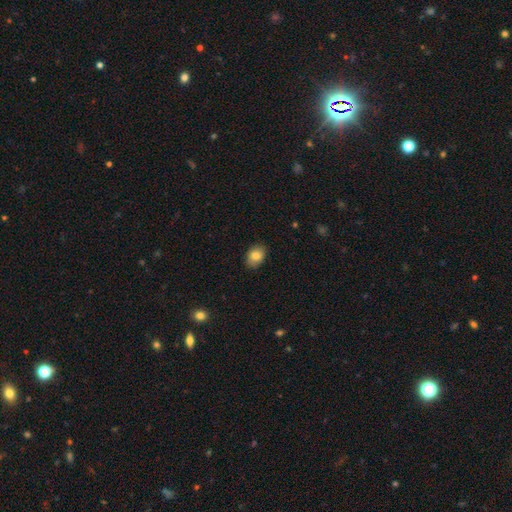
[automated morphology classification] type=smooth (82%); roundness=in between (76%); merging=none (86%).